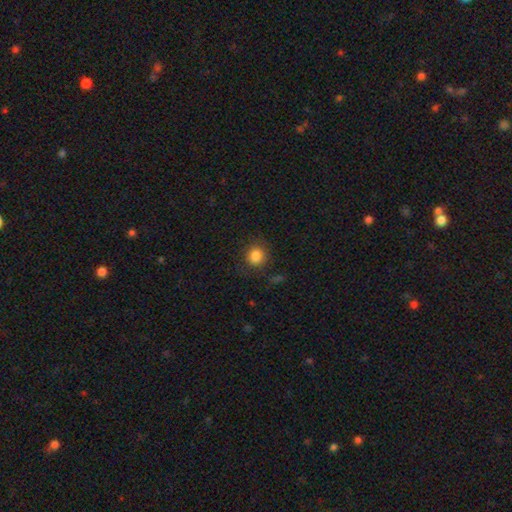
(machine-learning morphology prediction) A smooth galaxy with no disk features (85%) that is round (81%). Merging: none (81%).